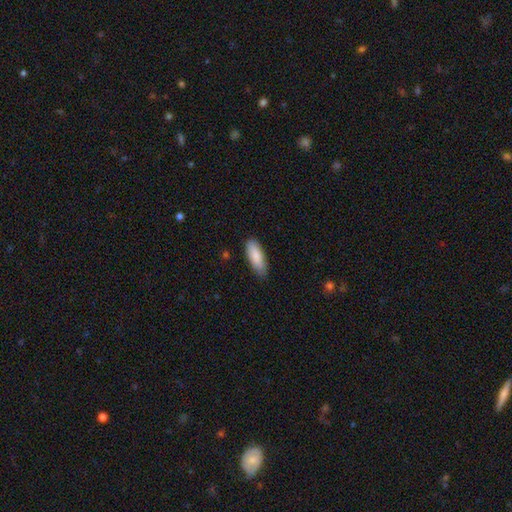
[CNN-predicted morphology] This appears to be a smooth galaxy with no disk features (87%) that is in between round and cigar-shaped (71%). Merging: none (80%).